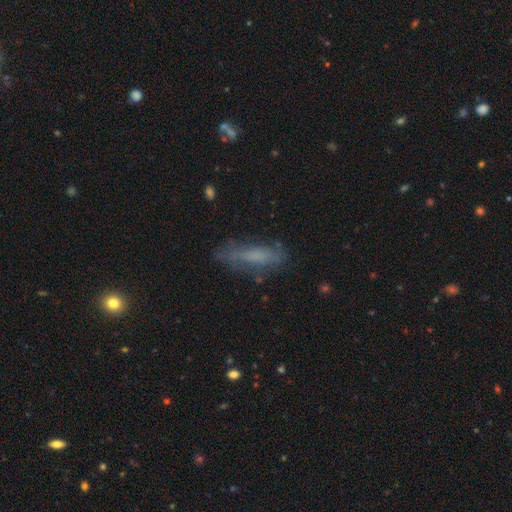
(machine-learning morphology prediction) smooth_or_featured: smooth (p=0.49) [alt: featured or disk p=0.37]
merging: none (p=0.67) [alt: minor disturbance p=0.21]